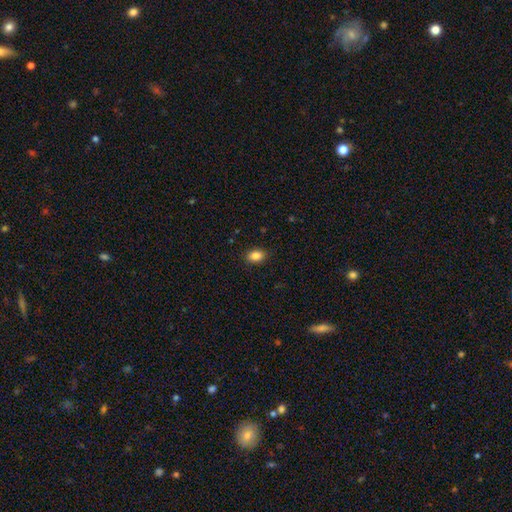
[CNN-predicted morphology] This appears to be a smooth galaxy with no disk features (87%) that is in between round and cigar-shaped (79%). Merging: none (88%).